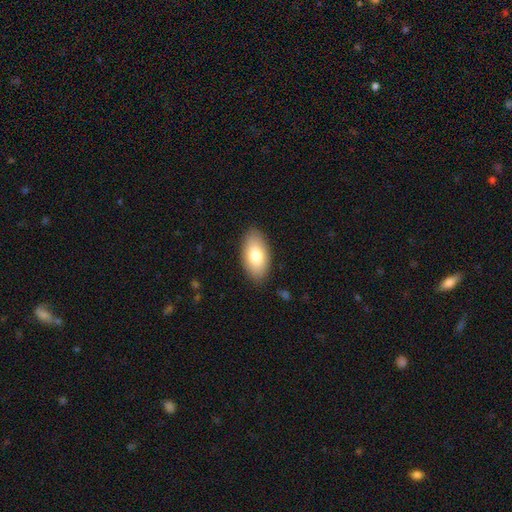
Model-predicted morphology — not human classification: Overall: smooth (79%). How rounded: in between (94%). Merging: none (87%).